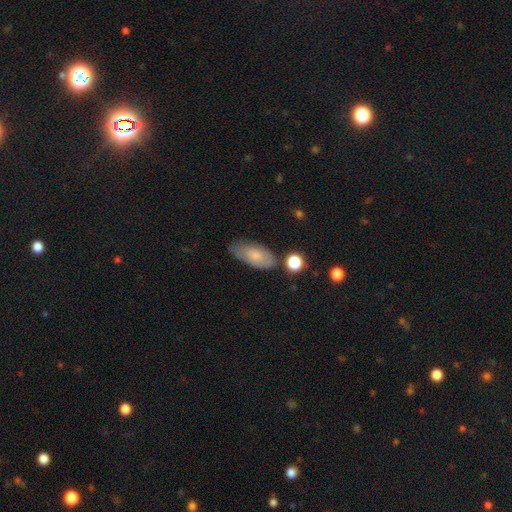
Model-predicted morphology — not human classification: smooth_or_featured: smooth (p=0.73) [alt: featured or disk p=0.20]
how_rounded: in between (p=0.89) [alt: cigar-shaped p=0.08]
merging: none (p=0.64) [alt: minor disturbance p=0.25]